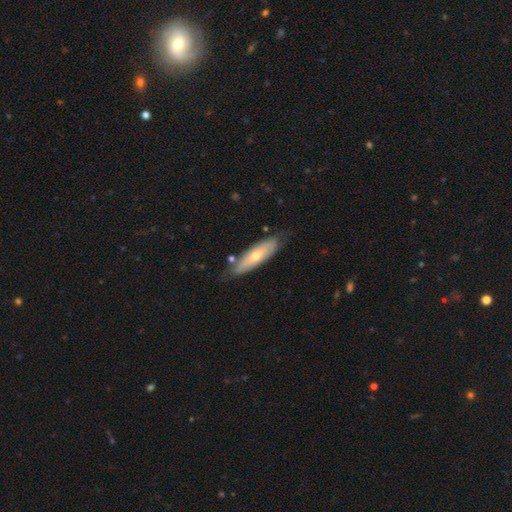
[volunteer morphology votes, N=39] A smooth galaxy with no disk features (51%) that is in between round and cigar-shaped (50%, tied with cigar-shaped).

Vote fractions:
- Smooth or featured? smooth: 51% / featured or disk: 49% / star or artifact: 0%
- How rounded? in between: 50% (tied) / cigar-shaped: 50% (tied) / round: 0%
- Merging? none: 77% / minor disturbance: 18% / major disturbance: 3% / merger: 3%